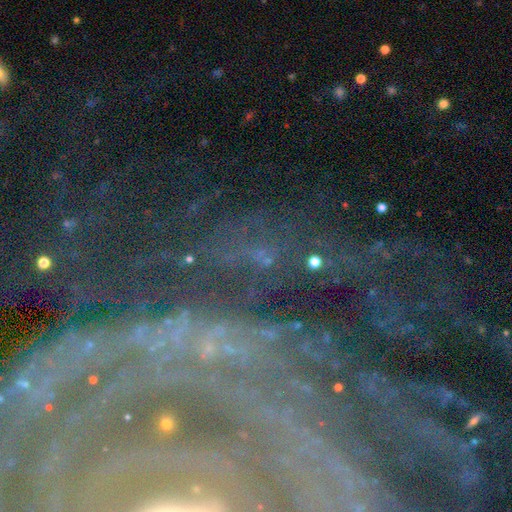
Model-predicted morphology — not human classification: This appears to be a featured or disk galaxy (52%). Merging: none (74%).